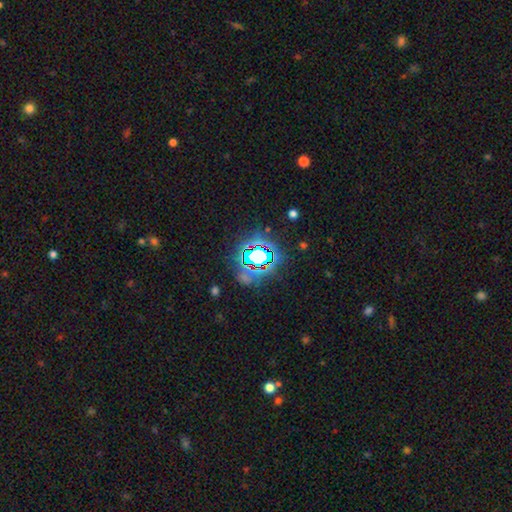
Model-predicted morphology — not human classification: Smooth or featured? star or artifact (78%)